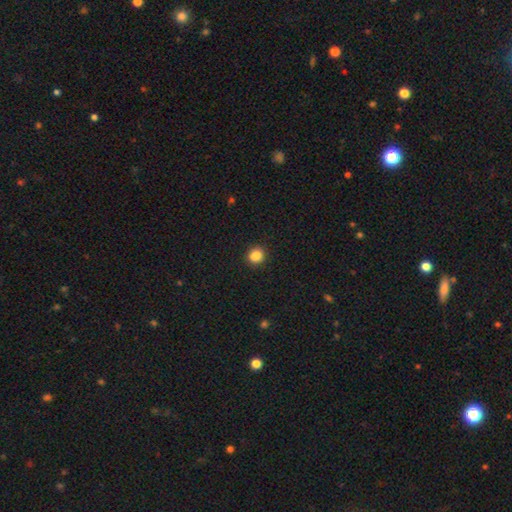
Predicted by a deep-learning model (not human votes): smooth_or_featured: smooth (p=0.86) [alt: star or artifact p=0.11]
how_rounded: round (p=0.78) [alt: in between p=0.21]
merging: none (p=0.88) [alt: minor disturbance p=0.08]